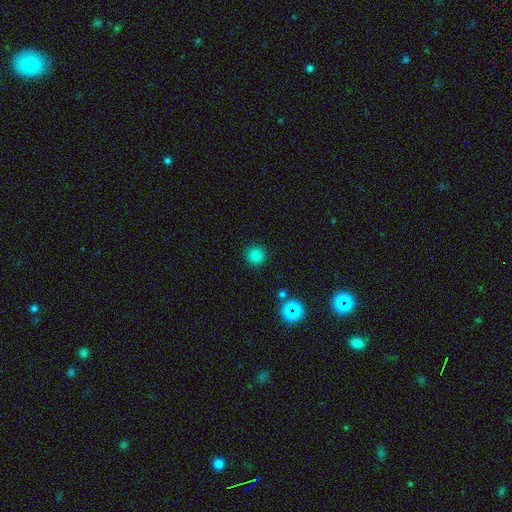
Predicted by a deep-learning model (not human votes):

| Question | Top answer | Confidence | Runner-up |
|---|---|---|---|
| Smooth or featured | smooth | 82% | star or artifact (14%) |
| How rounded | round | 95% | in between (4%) |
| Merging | none | 91% | minor disturbance (5%) |